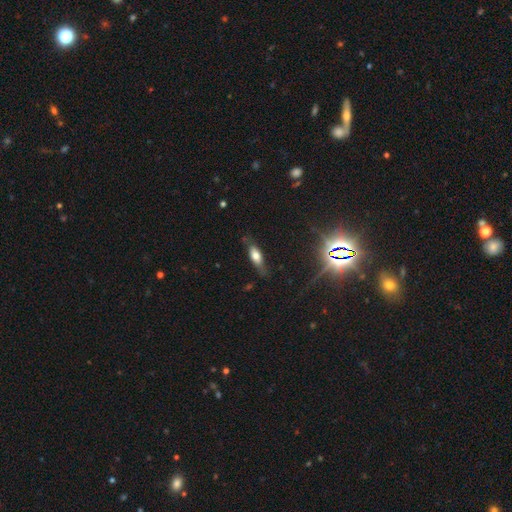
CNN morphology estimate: smooth 59%, featured or disk 31%, star or artifact 10%. Down the decision tree: how rounded — in between (60%); merging — none (70%).